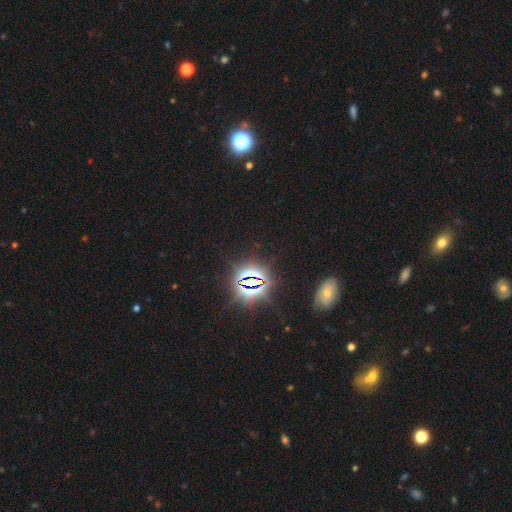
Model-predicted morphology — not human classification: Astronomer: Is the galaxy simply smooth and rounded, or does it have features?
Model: star or artifact — 80%.